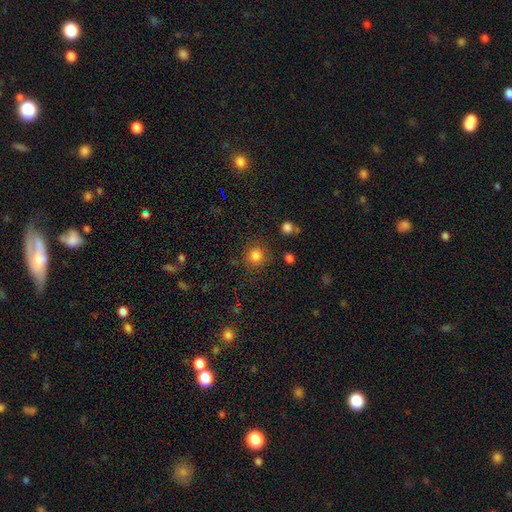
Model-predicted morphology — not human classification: Smooth or featured?
  - smooth: 82% *
  - star or artifact: 13%
  - featured or disk: 5%
How rounded?
  - round: 91% *
  - in between: 8%
  - cigar-shaped: 1%
Merging?
  - none: 84% *
  - minor disturbance: 9%
  - major disturbance: 4%
  - merger: 3%